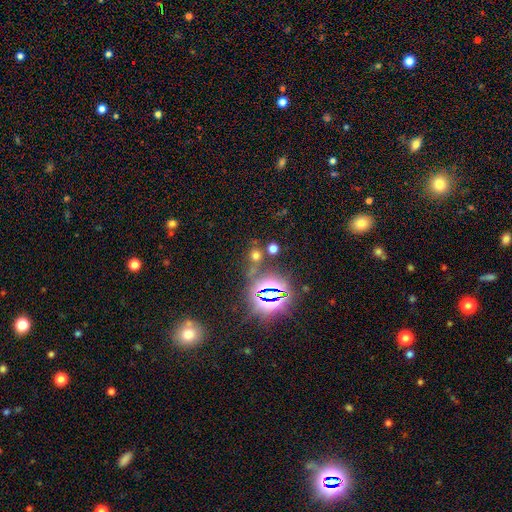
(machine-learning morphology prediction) Smooth or featured?
  - star or artifact: 47% *
  - smooth: 45%
  - featured or disk: 8%